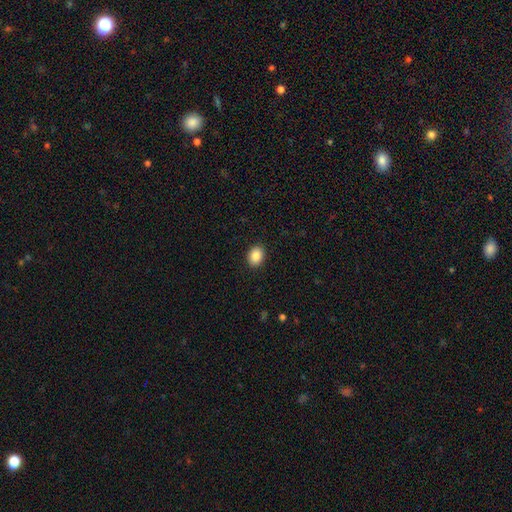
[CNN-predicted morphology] Smooth or featured: smooth — 87% (star or artifact — 8%)
How rounded: in between — 62% (round — 37%)
Merging: none — 91% (minor disturbance — 6%)